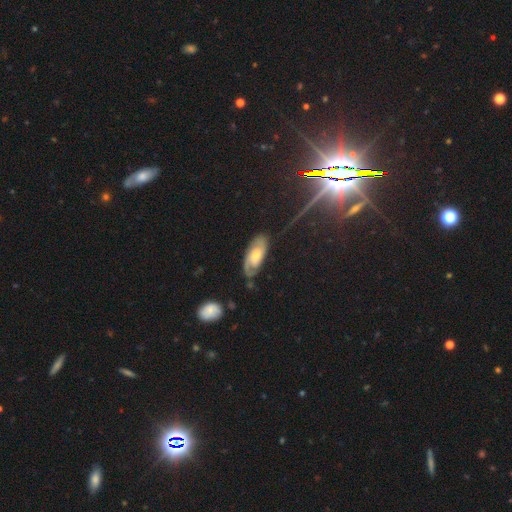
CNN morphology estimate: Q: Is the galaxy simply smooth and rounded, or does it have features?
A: featured or disk — 71%.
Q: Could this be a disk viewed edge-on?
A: no — 92%.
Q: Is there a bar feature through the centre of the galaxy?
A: no — 62%.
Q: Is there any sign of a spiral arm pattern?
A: yes — 93%.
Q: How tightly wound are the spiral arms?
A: tight — 51%.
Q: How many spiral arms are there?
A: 2 — 69%.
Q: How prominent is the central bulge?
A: moderate — 49%.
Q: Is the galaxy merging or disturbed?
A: none — 72%.